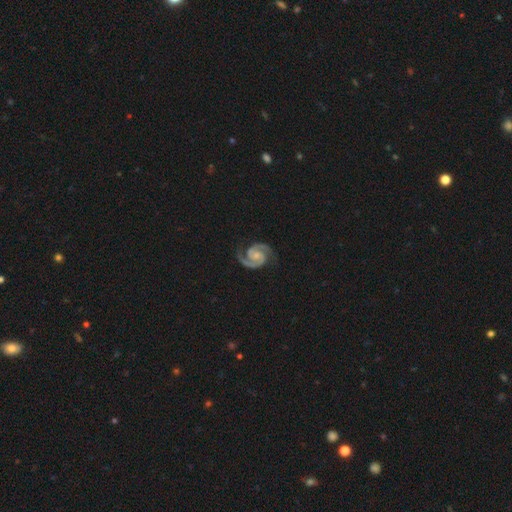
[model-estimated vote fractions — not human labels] The model was most divided on "spiral winding": medium: 48%, tight: 47%, loose: 6%. Remaining: spiral arms — yes (99%); edge-on disk — no (98%); spiral arm count — 2 (94%); smooth or featured — featured or disk (94%); merging — none (83%); bar — no (60%); bulge size — small (44%).